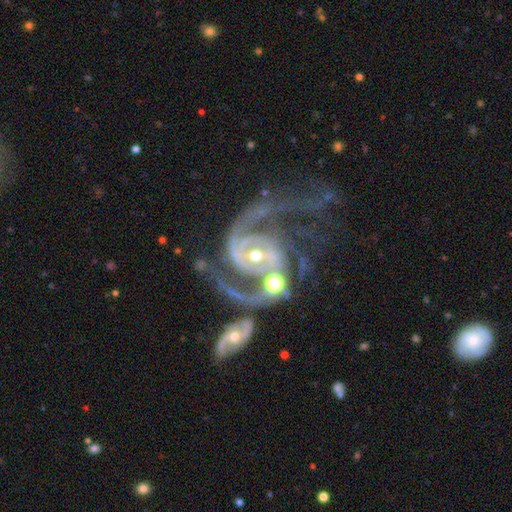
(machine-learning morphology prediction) Smooth or featured? Predicted: featured or disk (p=0.93). Edge-on disk? Predicted: no (p=0.98). Bar? Predicted: no (p=0.37). Spiral arms? Predicted: yes (p=0.98). Spiral winding? Predicted: medium (p=0.53). Spiral arm count? Predicted: 2 (p=0.75). Bulge size? Predicted: small (p=0.56). Merging? Predicted: merger (p=0.32).